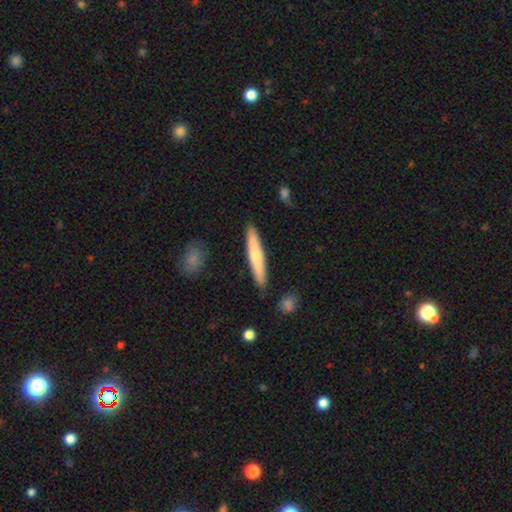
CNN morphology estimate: Smooth or featured? Predicted: smooth (p=0.59). How rounded? Predicted: cigar-shaped (p=0.92). Merging? Predicted: none (p=0.89).